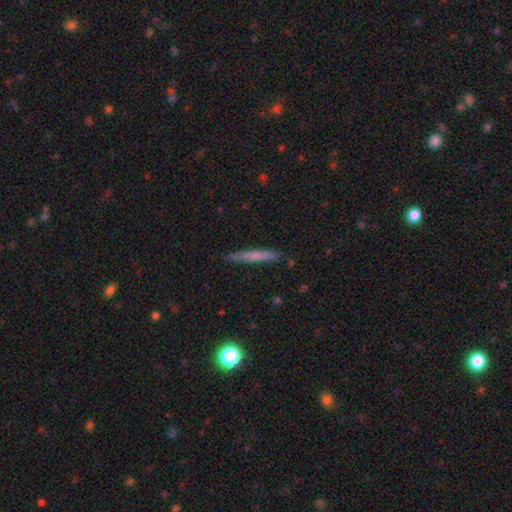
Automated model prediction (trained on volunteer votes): This appears to be a smooth galaxy with no disk features (60%) that is cigar-shaped (95%). Merging: none (88%).